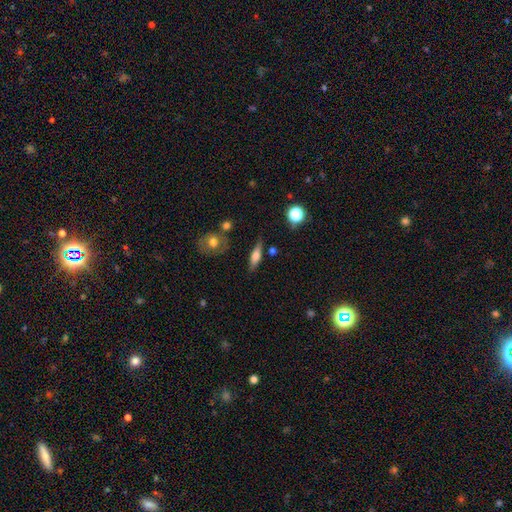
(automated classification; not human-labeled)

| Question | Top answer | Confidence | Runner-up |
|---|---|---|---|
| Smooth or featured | smooth | 57% | featured or disk (36%) |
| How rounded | cigar-shaped | 53% | in between (43%) |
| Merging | none | 76% | minor disturbance (14%) |